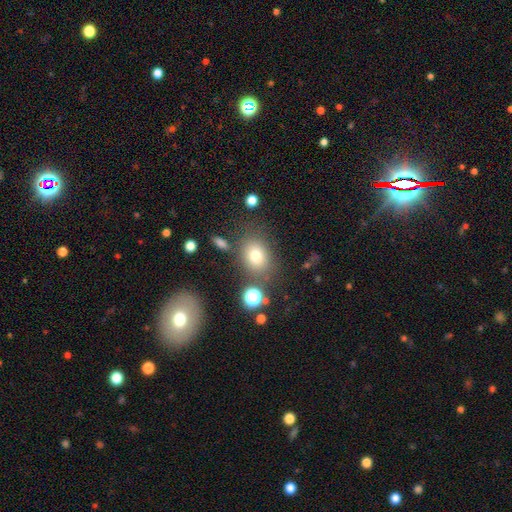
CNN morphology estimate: A smooth galaxy with no disk features (75%) that is in between round and cigar-shaped (58%). Merging: none (72%).